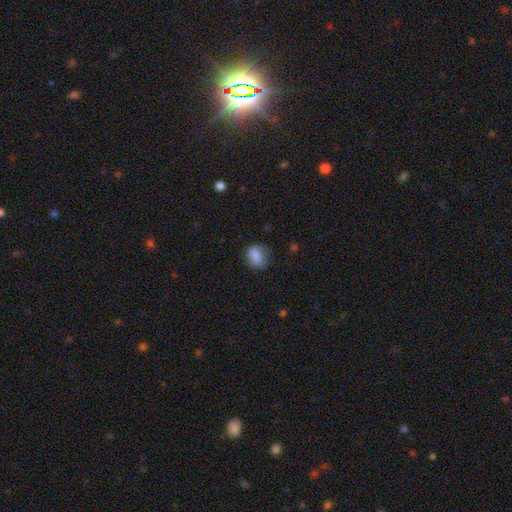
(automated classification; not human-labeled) Smooth or featured?
  - smooth: 83% *
  - star or artifact: 9%
  - featured or disk: 9%
How rounded?
  - in between: 54% *
  - round: 44%
  - cigar-shaped: 2%
Merging?
  - none: 70% *
  - minor disturbance: 22%
  - major disturbance: 7%
  - merger: 1%